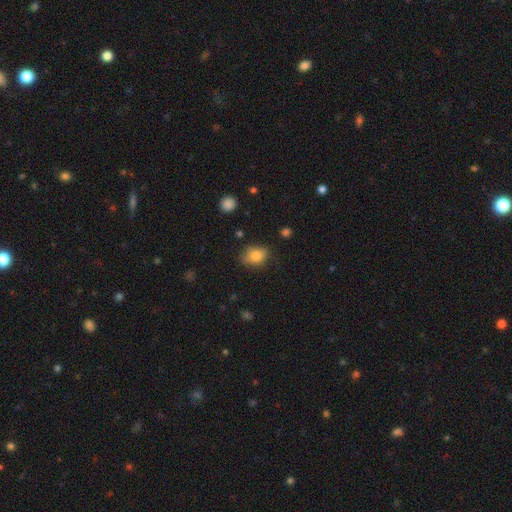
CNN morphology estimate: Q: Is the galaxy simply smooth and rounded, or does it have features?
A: smooth — 80%.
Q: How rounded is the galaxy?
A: in between — 64%.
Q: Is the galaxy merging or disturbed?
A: none — 73%.